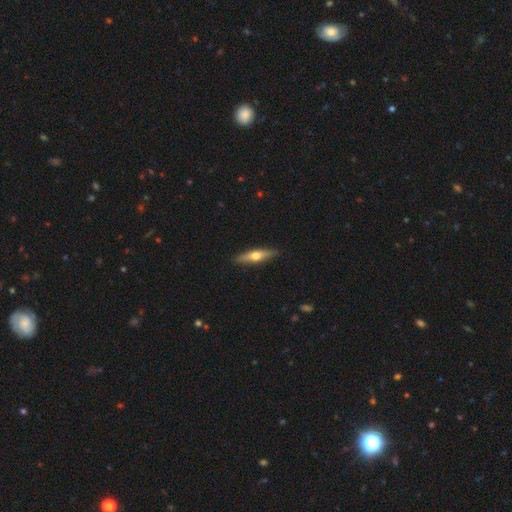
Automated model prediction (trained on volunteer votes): Smooth or featured? Predicted: featured or disk (p=0.50). Edge-on disk? Predicted: yes (p=0.91). Merging? Predicted: none (p=0.89).